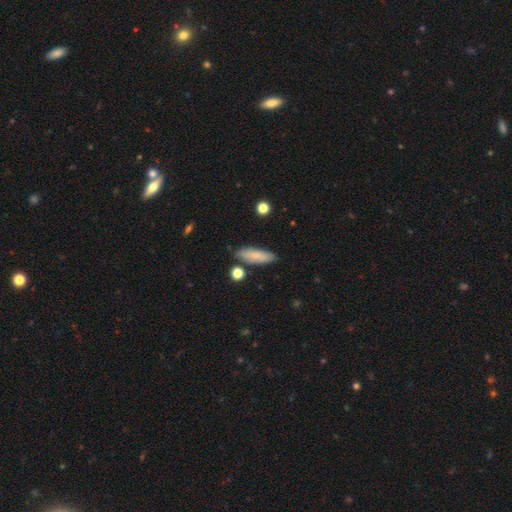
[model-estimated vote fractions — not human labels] A smooth galaxy with no disk features (77%) that is in between round and cigar-shaped (50%). Merging: none (80%).